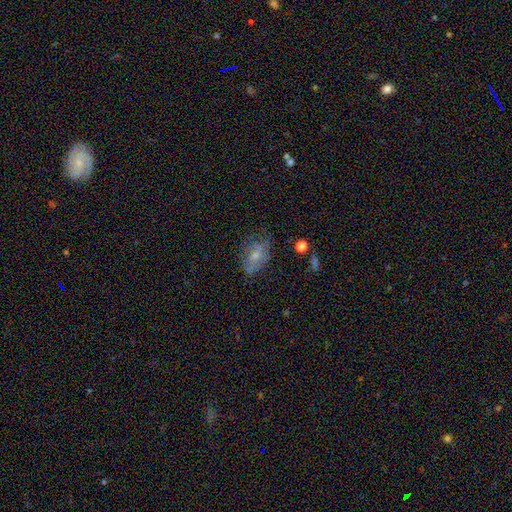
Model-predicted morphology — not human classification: Overall: smooth (50%; featured or disk 38%). How rounded: in between (81%). Merging: none (56%; minor disturbance 28%).